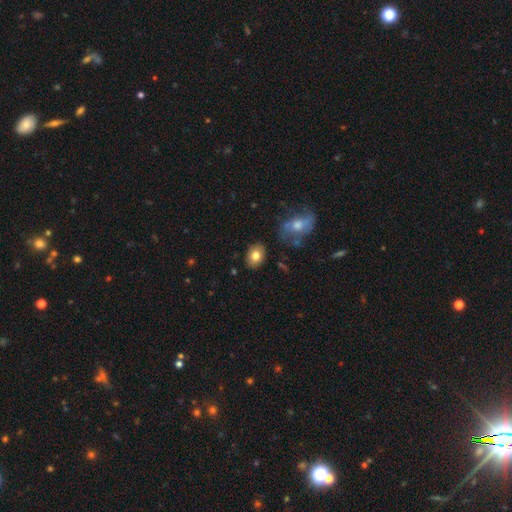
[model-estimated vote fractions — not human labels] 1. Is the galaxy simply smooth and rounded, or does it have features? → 80% smooth, 12% featured or disk, 8% star or artifact.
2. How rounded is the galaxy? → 70% in between, 29% round, 1% cigar-shaped.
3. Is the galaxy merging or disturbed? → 85% none, 10% minor disturbance, 3% merger, 2% major disturbance.